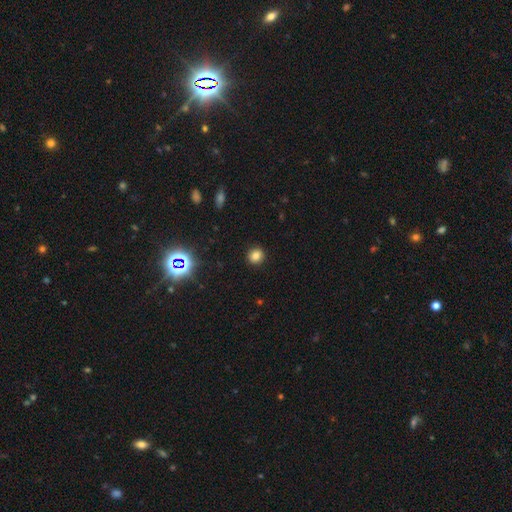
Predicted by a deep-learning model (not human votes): The model was most divided on "smooth or featured": smooth: 80%, star or artifact: 15%, featured or disk: 6%. More confident: merging — none (92%); how rounded — round (88%).